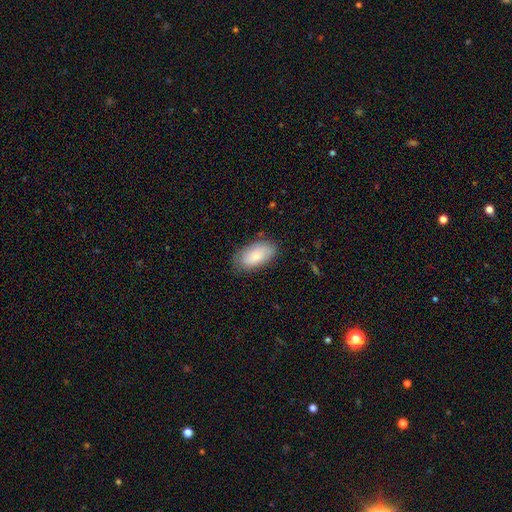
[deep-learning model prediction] Morphology: type=smooth (78%); roundness=in between (94%); merging=none (76%).